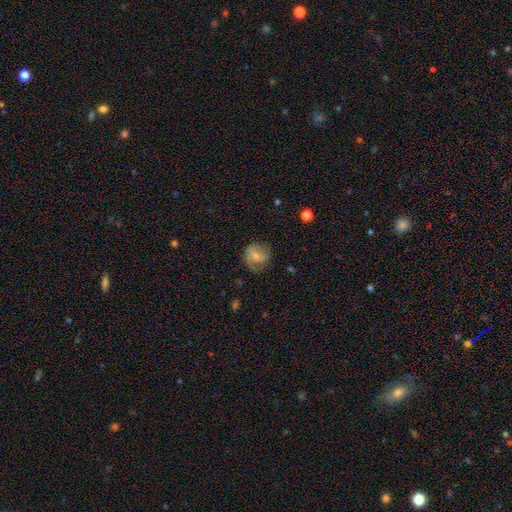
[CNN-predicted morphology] Smooth or featured?
  - featured or disk: 62% *
  - smooth: 30%
  - star or artifact: 8%
Edge-on disk?
  - no: 98% *
  - yes: 2%
Bar?
  - no: 49% *
  - weak: 41%
  - strong: 10%
Spiral arms?
  - yes: 90% *
  - no: 10%
Spiral winding?
  - medium: 46% *
  - loose: 28%
  - tight: 26%
Spiral arm count?
  - 2: 66% *
  - 1: 14%
  - can't tell: 12%
  - 3: 5%
  - 4: 2%
  - more than 4: 2%
Bulge size?
  - small: 60% *
  - moderate: 28%
  - none: 8%
  - large: 2%
  - dominant: 1%
Merging?
  - none: 63% *
  - minor disturbance: 22%
  - major disturbance: 14%
  - merger: 1%